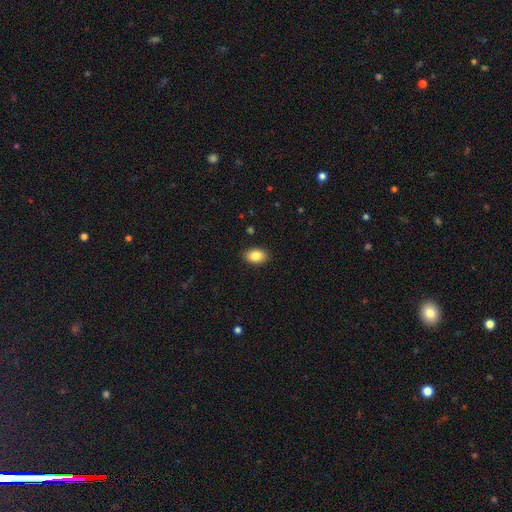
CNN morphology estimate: smooth-or-featured: smooth: 86% | star or artifact: 8% | featured or disk: 6%
  how-rounded: in between: 86% | round: 12% | cigar-shaped: 1%
  merging: none: 88% | minor disturbance: 9% | major disturbance: 2% | merger: 1%